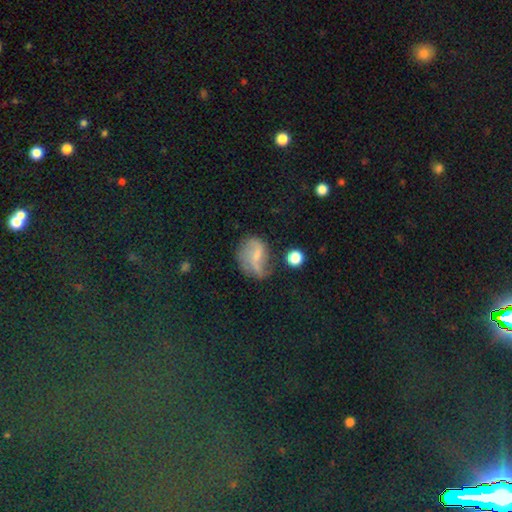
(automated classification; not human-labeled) The model was most divided on "smooth or featured": featured or disk: 48%, smooth: 38%, star or artifact: 14%. Remaining: merging — none (38%).